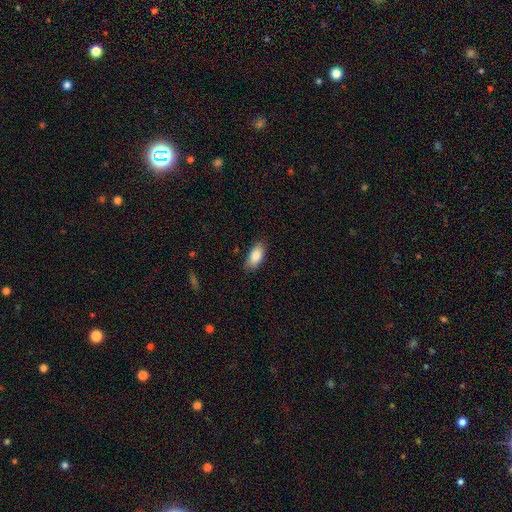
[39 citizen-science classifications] Smooth or featured: smooth — 87% (featured or disk — 13%)
How rounded: in between — 85% (cigar-shaped — 12%)
Merging: none — 77% (minor disturbance — 15%)